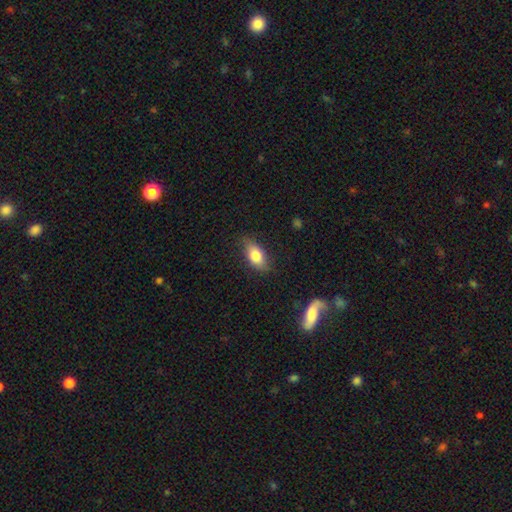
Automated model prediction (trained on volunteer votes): This is likely a smooth galaxy (78%). How rounded: clearly in between (86%). Merging: clearly none (81%).